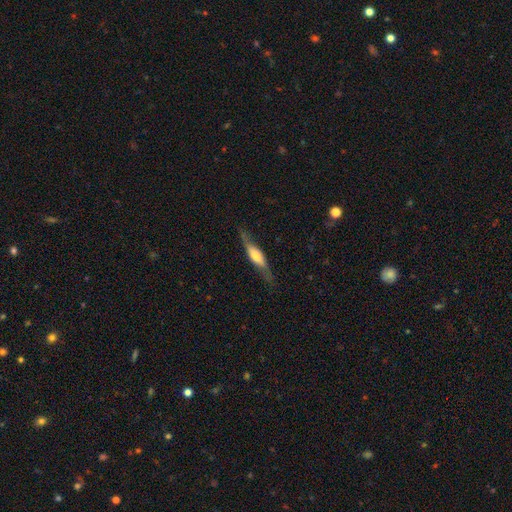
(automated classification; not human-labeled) The model was most divided on "smooth or featured": featured or disk: 58%, smooth: 36%, star or artifact: 6%. More confident: edge-on disk — yes (82%); merging — none (75%).